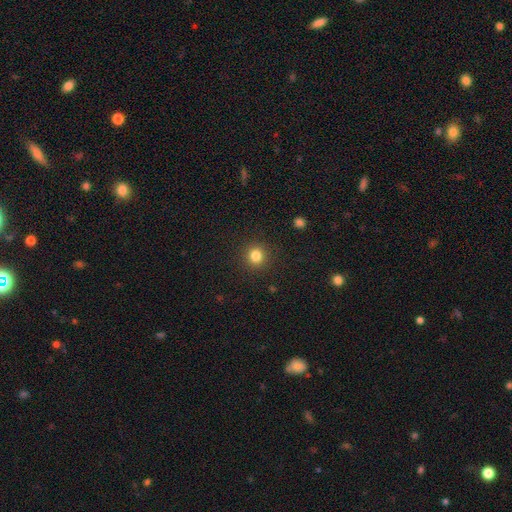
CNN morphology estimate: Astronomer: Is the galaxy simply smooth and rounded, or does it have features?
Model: smooth — 82%.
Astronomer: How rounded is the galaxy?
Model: round — 91%.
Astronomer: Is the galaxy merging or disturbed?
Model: none — 91%.